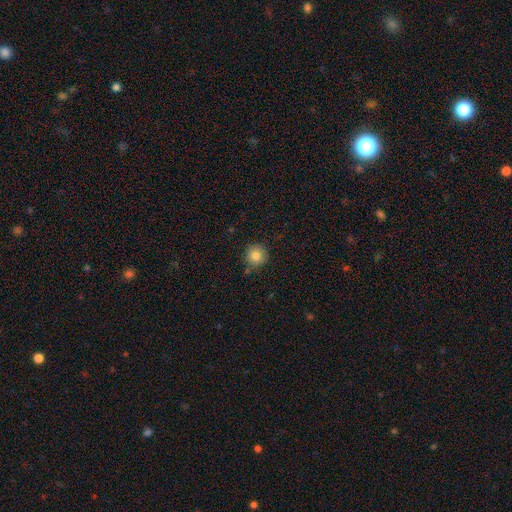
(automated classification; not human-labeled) Morphology: type=smooth (83%); roundness=round (94%); merging=none (81%).